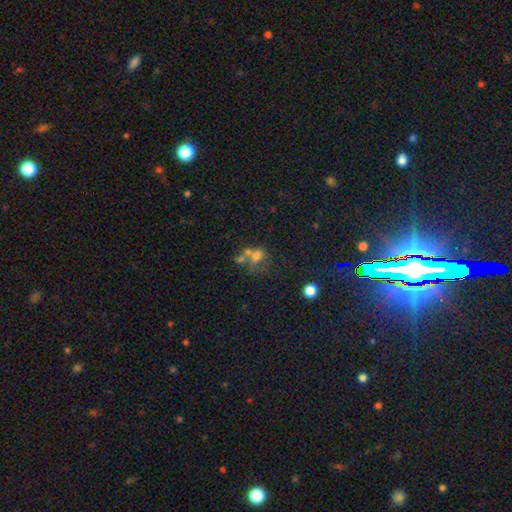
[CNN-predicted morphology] A smooth galaxy with no disk features (56%) that is in between round and cigar-shaped (53%). Merging: merger (46%).